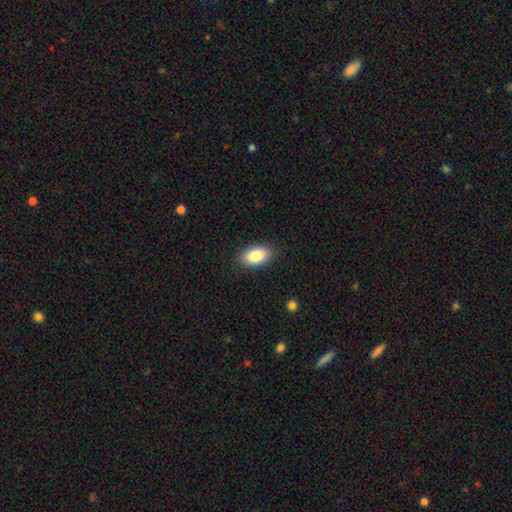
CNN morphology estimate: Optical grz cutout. It shows a smooth galaxy with no disk features (85%) that is in between round and cigar-shaped (92%). Merging: none (87%).